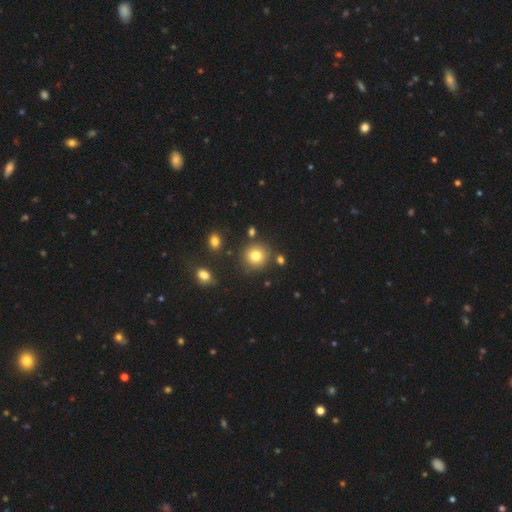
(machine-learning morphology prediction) type=smooth (79%); roundness=round (91%); merging=none (83%).